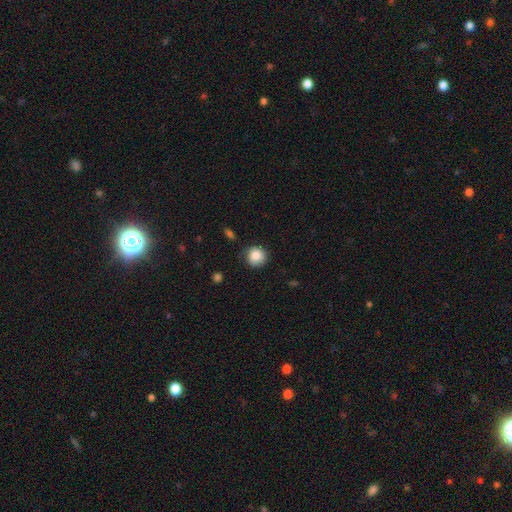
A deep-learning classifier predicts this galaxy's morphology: Smooth or featured: smooth — 84% (star or artifact — 9%)
How rounded: round — 90% (in between — 9%)
Merging: none — 75% (minor disturbance — 20%)